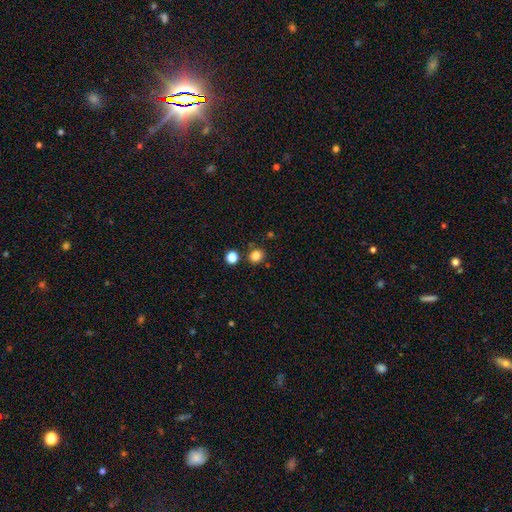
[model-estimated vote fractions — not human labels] Overall: smooth (83%). How rounded: round (81%). Merging: none (82%).